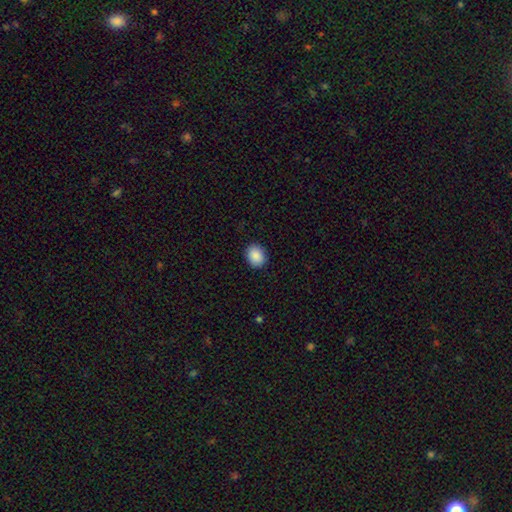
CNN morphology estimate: A smooth galaxy with no disk features (89%) that is in between round and cigar-shaped (50%). Merging: none (90%).